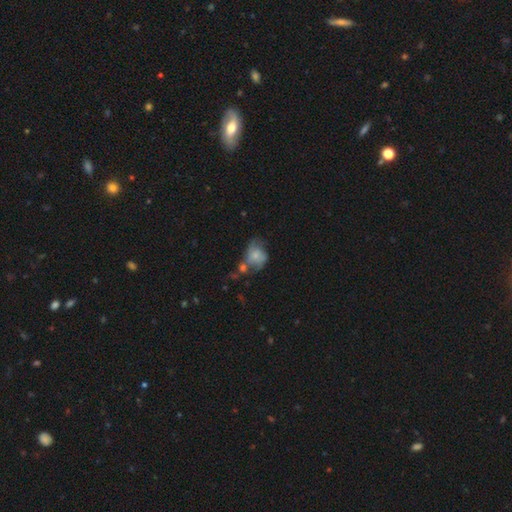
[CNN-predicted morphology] Smooth or featured? Predicted: smooth (p=0.57). How rounded? Predicted: in between (p=0.59). Merging? Predicted: merger (p=0.27).